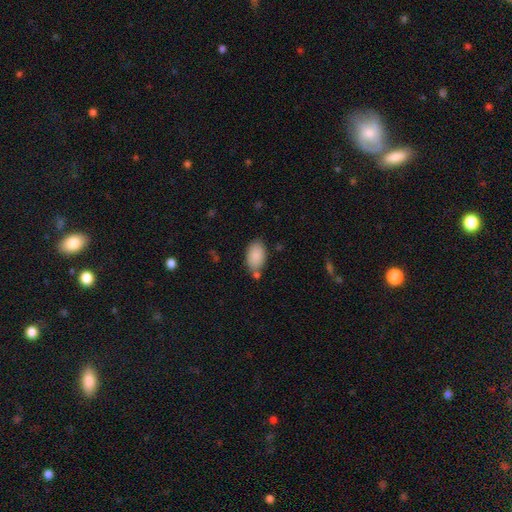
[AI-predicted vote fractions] Overall: smooth (88%). How rounded: in between (93%). Merging: none (72%).